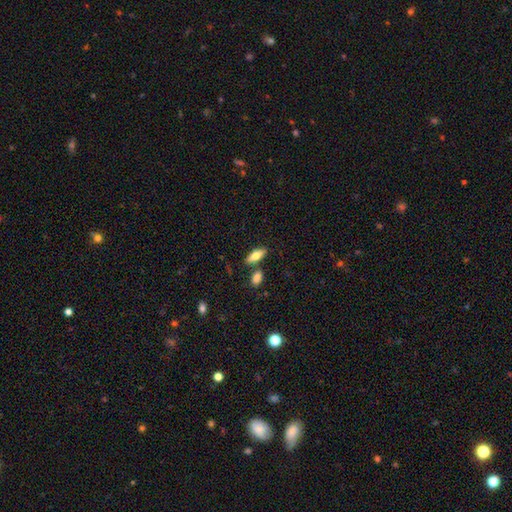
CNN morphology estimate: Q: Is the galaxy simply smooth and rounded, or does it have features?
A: smooth — 68%.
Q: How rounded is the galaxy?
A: in between — 68%.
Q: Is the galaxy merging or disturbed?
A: none — 77%.